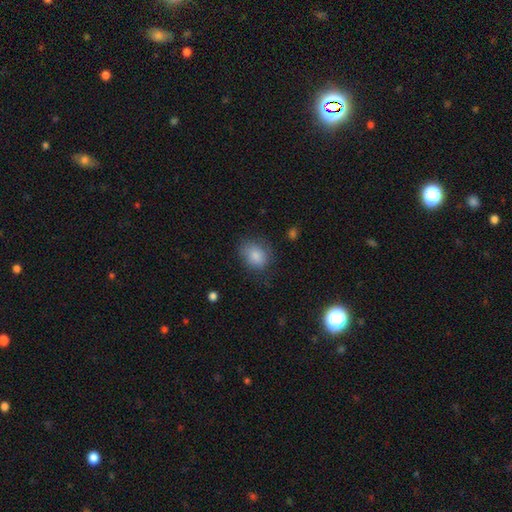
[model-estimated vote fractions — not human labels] Overall: smooth (84%). How rounded: in between (54%; round 45%). Merging: none (67%).